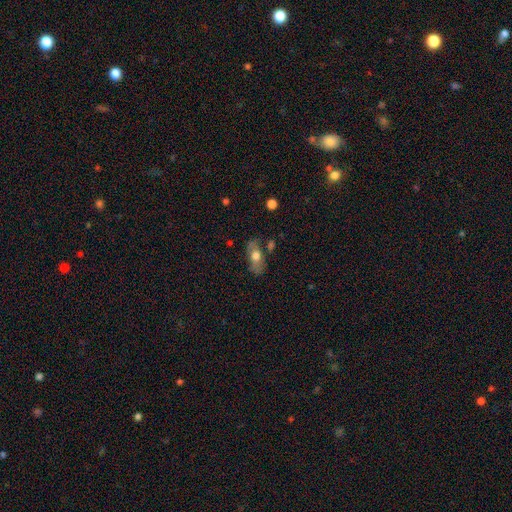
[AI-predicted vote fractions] Overall: smooth (58%; featured or disk 34%). How rounded: in between (82%). Merging: none (65%).